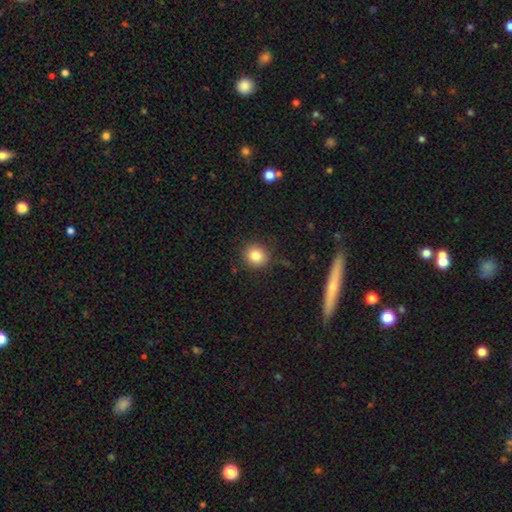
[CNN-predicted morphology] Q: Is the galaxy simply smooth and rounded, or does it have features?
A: smooth — 84%.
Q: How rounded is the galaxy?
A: round — 88%.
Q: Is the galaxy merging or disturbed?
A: none — 87%.